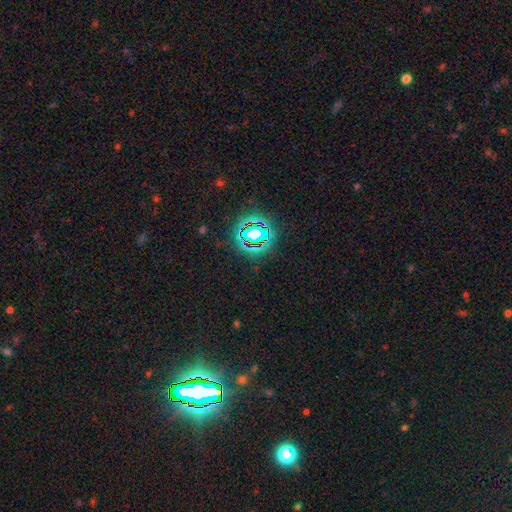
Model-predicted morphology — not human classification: Smooth or featured: star or artifact — 80% (smooth — 11%)